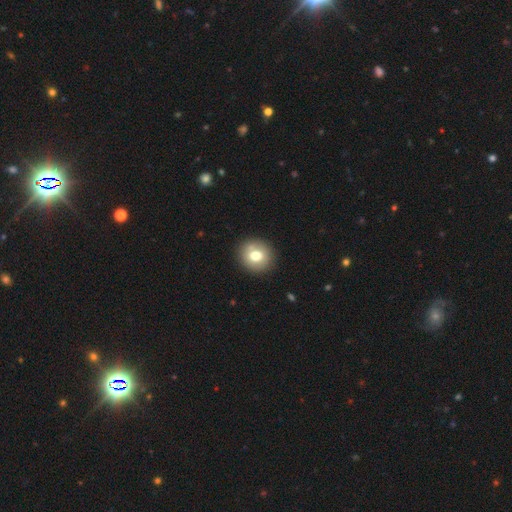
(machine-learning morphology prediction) Overall: smooth (72%). How rounded: round (87%). Merging: none (85%).